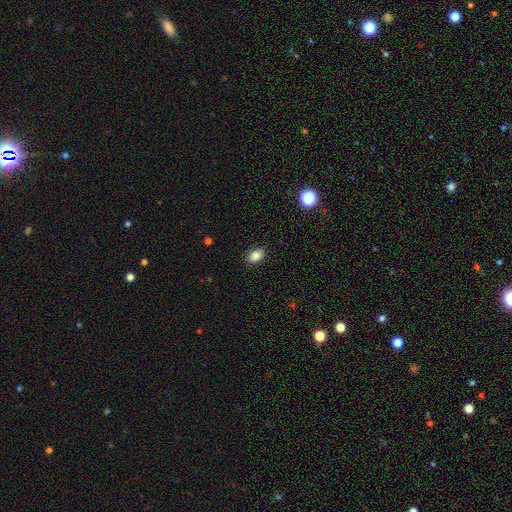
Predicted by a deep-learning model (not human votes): Morphology: type=smooth (86%); roundness=in between (77%); merging=none (88%).